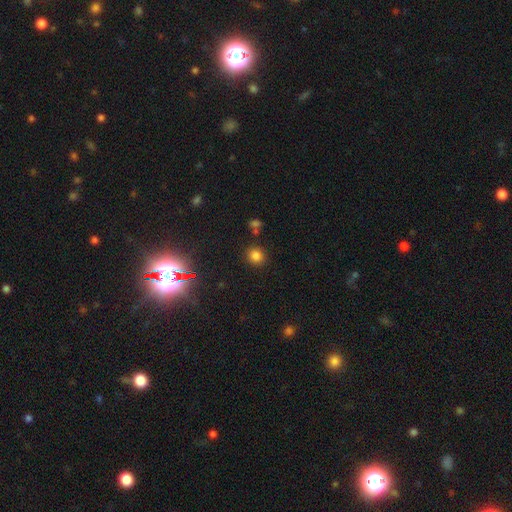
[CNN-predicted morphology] A smooth galaxy with no disk features (78%) that is round (84%). Merging: none (84%).